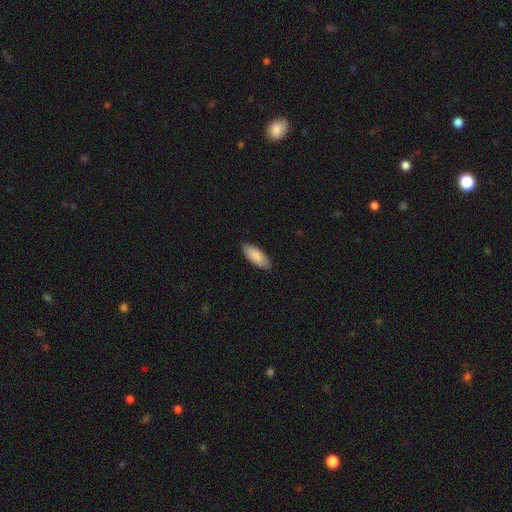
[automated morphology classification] type=smooth (88%); roundness=in between (83%); merging=none (84%).